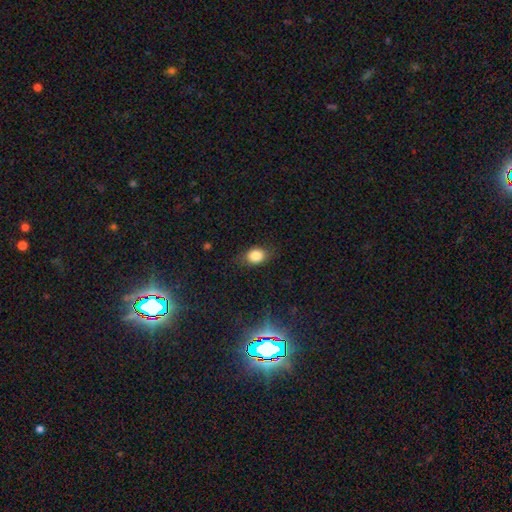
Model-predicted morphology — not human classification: smooth_or_featured: smooth (p=0.82) [alt: star or artifact p=0.10]
how_rounded: in between (p=0.60) [alt: round p=0.38]
merging: none (p=0.78) [alt: minor disturbance p=0.16]